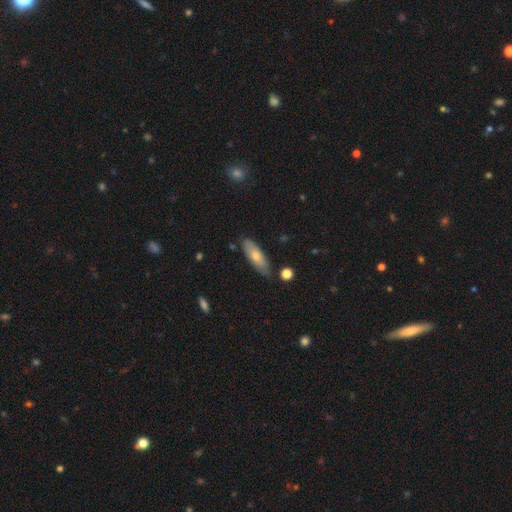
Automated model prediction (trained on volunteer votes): Smooth or featured? Predicted: smooth (p=0.62). How rounded? Predicted: in between (p=0.57). Merging? Predicted: none (p=0.81).